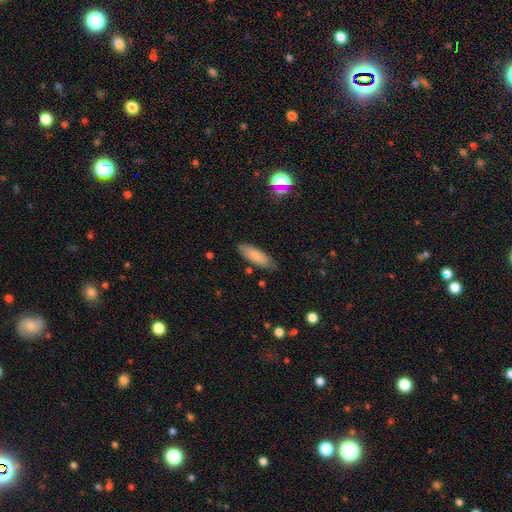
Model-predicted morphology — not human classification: smooth_or_featured: smooth (p=0.81) [alt: featured or disk p=0.11]
how_rounded: in between (p=0.56) [alt: cigar-shaped p=0.42]
merging: none (p=0.80) [alt: minor disturbance p=0.16]